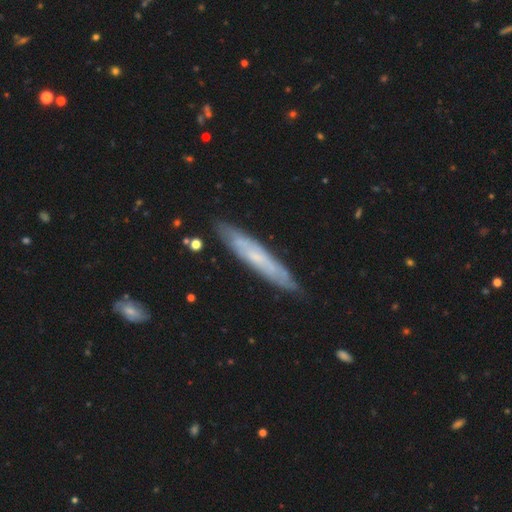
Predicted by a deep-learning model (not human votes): smooth_or_featured: featured or disk (p=0.57) [alt: smooth p=0.36]
disk_edge_on: yes (p=0.63) [alt: no p=0.37]
merging: none (p=0.83) [alt: minor disturbance p=0.13]